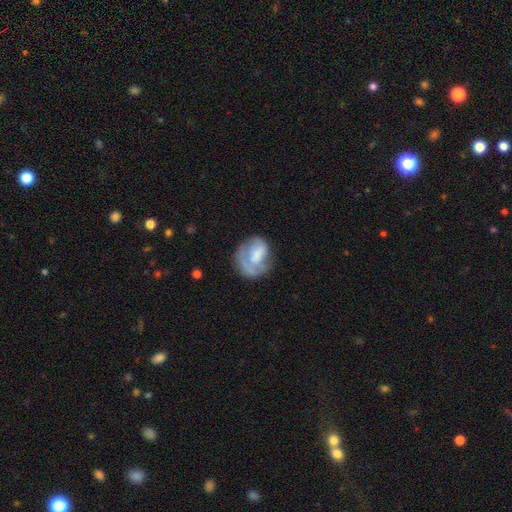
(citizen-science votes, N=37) A smooth galaxy with no disk features (59%) that is round (64%).

Vote fractions:
- Smooth or featured? smooth: 59% / featured or disk: 38% / star or artifact: 3%
- How rounded? round: 64% / in between: 36% / cigar-shaped: 0%
- Merging? none: 42% / major disturbance: 31% / minor disturbance: 19% / merger: 8%